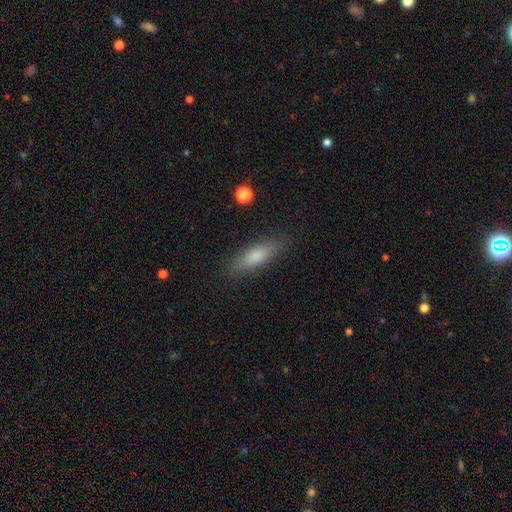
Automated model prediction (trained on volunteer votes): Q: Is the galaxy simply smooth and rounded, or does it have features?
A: smooth — 75%.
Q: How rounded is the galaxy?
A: cigar-shaped — 60%.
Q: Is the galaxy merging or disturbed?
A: none — 86%.